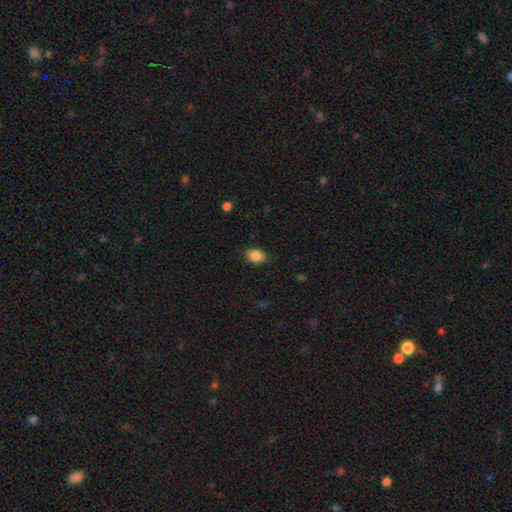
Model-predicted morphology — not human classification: This is clearly a smooth galaxy (87%). How rounded: clearly in between (80%). Merging: clearly none (85%).